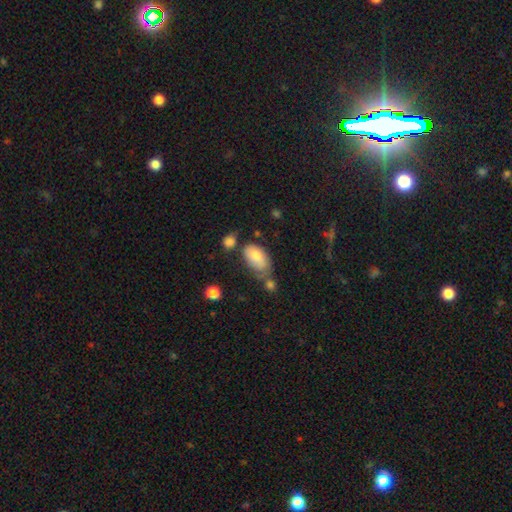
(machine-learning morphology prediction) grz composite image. It shows a smooth galaxy with no disk features (76%) that is in between round and cigar-shaped (94%). Merging: none (41%).